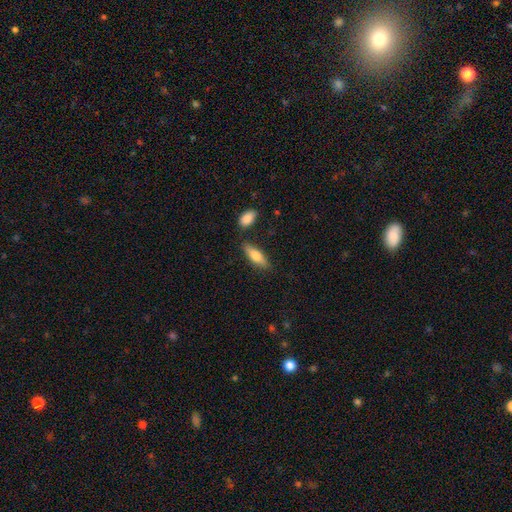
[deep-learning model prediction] Smooth or featured? Predicted: smooth (p=0.72). How rounded? Predicted: in between (p=0.52). Merging? Predicted: none (p=0.78).